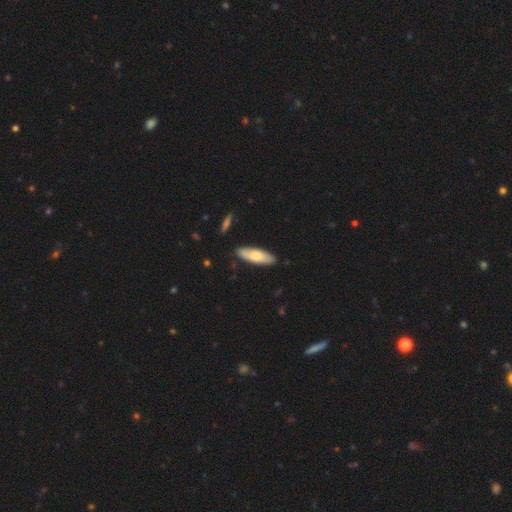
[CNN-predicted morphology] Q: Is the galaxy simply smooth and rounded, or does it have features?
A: smooth — 70%.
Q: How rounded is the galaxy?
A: in between — 53%.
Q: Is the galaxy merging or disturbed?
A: none — 87%.